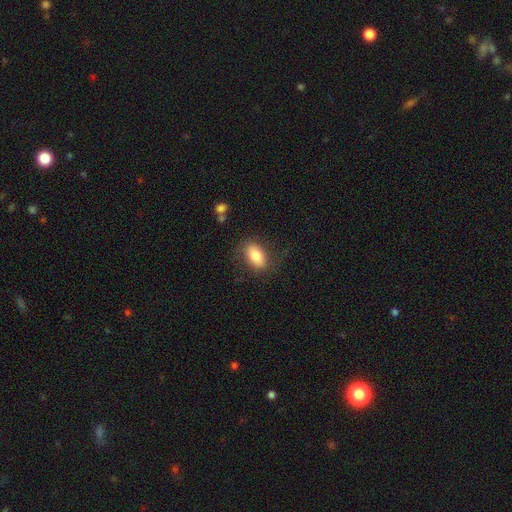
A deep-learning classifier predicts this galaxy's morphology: Smooth or featured: smooth — 81% (featured or disk — 12%)
How rounded: in between — 90% (round — 7%)
Merging: none — 76% (minor disturbance — 15%)